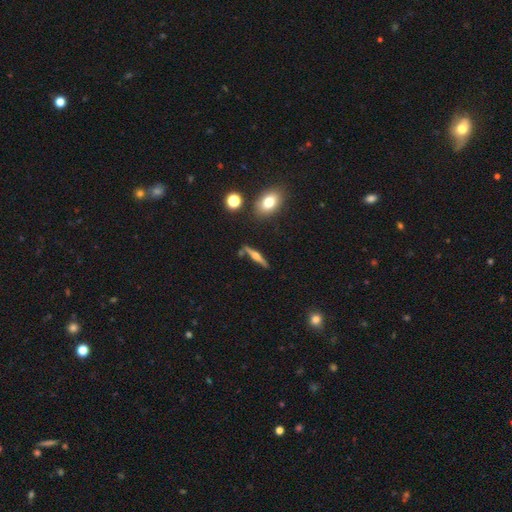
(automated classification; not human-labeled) Smooth or featured? Predicted: featured or disk (p=0.65). Edge-on disk? Predicted: yes (p=0.96). Edge-on bulge? Predicted: rounded (p=0.89). Merging? Predicted: none (p=0.82).